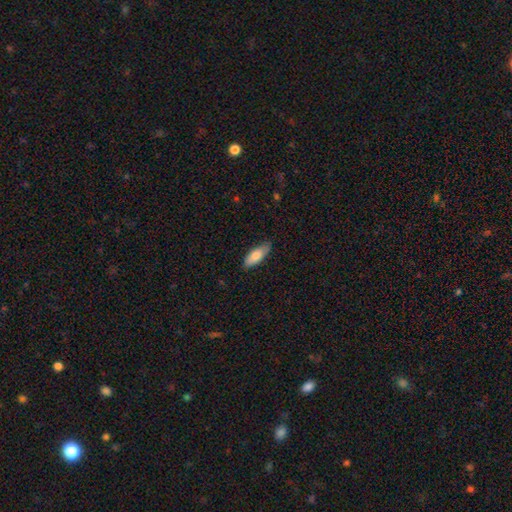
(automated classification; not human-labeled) Smooth or featured? Predicted: smooth (p=0.76). How rounded? Predicted: in between (p=0.66). Merging? Predicted: none (p=0.85).